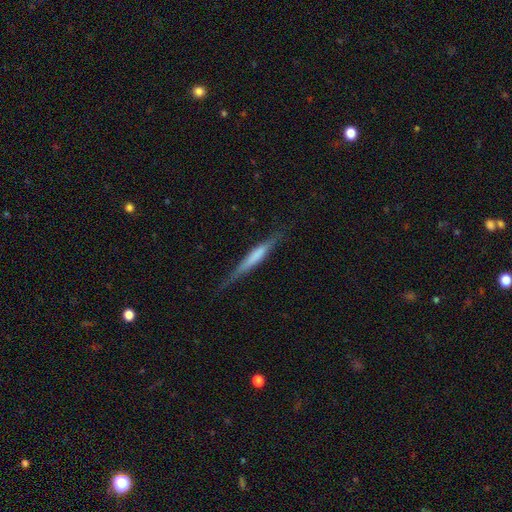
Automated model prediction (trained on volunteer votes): smooth_or_featured: smooth (p=0.50) [alt: featured or disk p=0.44]
merging: none (p=0.77) [alt: minor disturbance p=0.17]